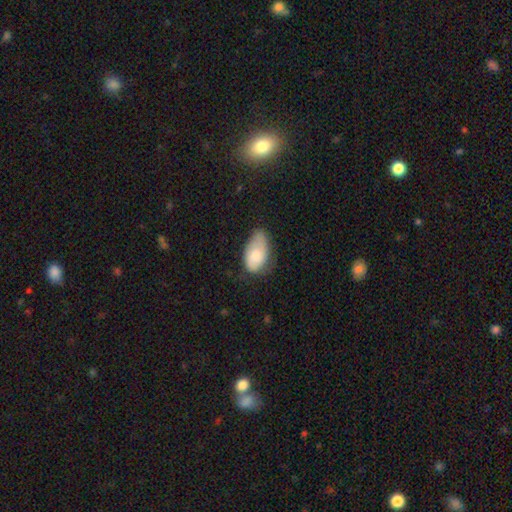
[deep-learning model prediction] Smooth or featured? Predicted: smooth (p=0.78). How rounded? Predicted: in between (p=0.93). Merging? Predicted: minor disturbance (p=0.43).